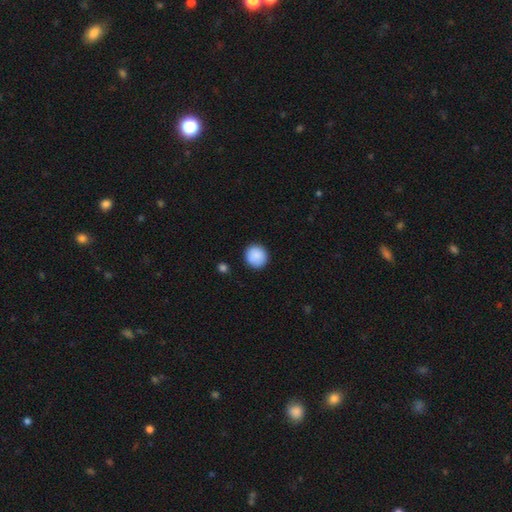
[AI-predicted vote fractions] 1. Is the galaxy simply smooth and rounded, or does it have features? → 89% smooth, 7% star or artifact, 4% featured or disk.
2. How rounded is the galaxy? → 90% round, 9% in between, 1% cigar-shaped.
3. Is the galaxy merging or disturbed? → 90% none, 7% minor disturbance, 2% major disturbance, 1% merger.